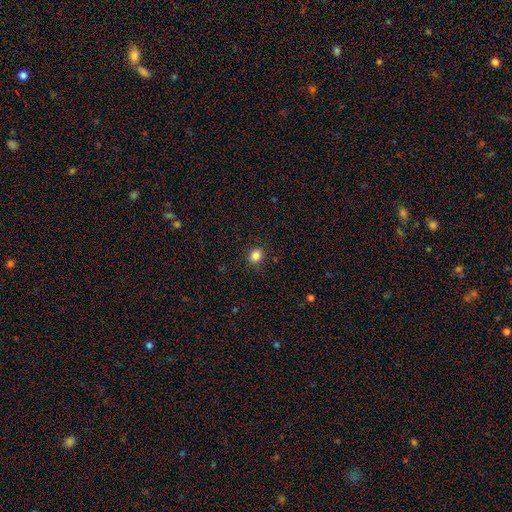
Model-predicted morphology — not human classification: A smooth galaxy with no disk features (84%) that is round (68%).

Vote fractions:
- Smooth or featured? smooth: 84% / star or artifact: 12% / featured or disk: 4%
- How rounded? round: 68% / in between: 31% / cigar-shaped: 1%
- Merging? none: 87% / minor disturbance: 10% / major disturbance: 3% / merger: 1%